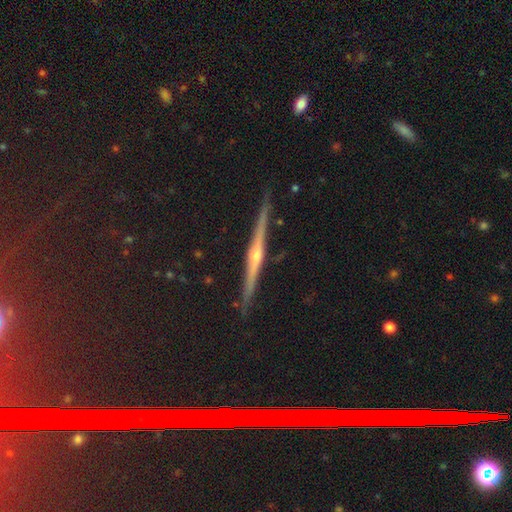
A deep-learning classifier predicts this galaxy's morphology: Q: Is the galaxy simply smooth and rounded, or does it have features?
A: featured or disk — 80%.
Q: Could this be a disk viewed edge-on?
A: yes — 98%.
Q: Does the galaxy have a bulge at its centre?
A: rounded — 79%.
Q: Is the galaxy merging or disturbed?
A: none — 90%.